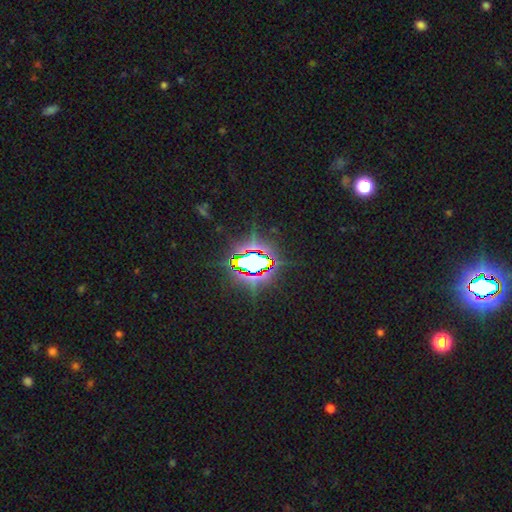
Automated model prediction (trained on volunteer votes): This appears to be a star or artifact, not a galaxy (82%).